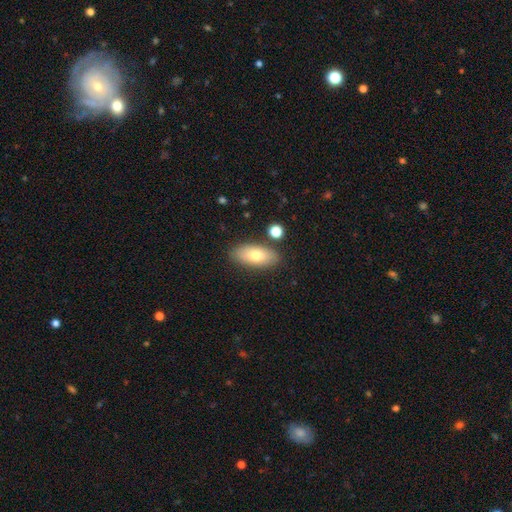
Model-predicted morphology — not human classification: A smooth galaxy with no disk features (74%) that is in between round and cigar-shaped (85%).

Vote fractions:
- Smooth or featured? smooth: 74% / featured or disk: 18% / star or artifact: 7%
- How rounded? in between: 85% / cigar-shaped: 11% / round: 4%
- Merging? none: 83% / minor disturbance: 10% / merger: 4% / major disturbance: 2%